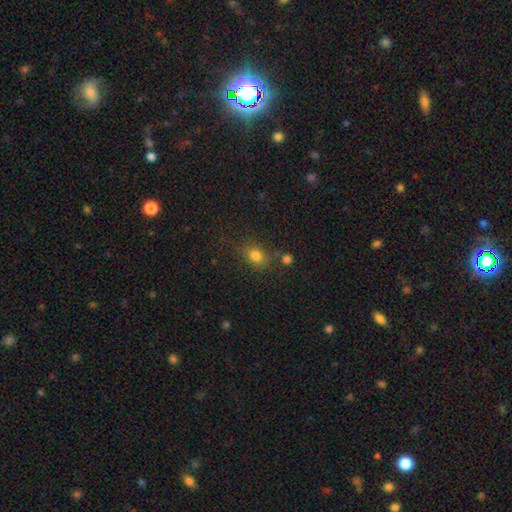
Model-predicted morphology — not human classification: A smooth galaxy with no disk features (79%) that is round (50%). Merging: none (70%).